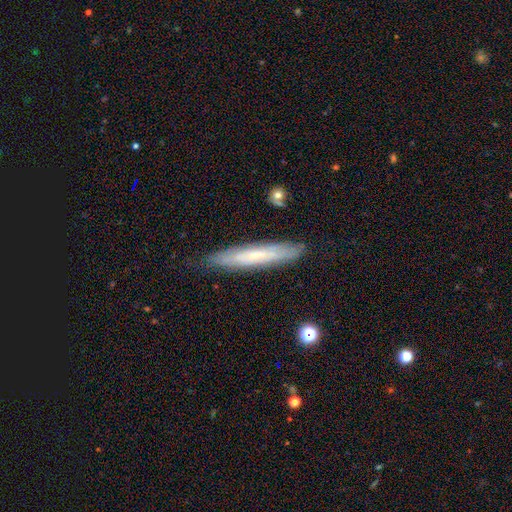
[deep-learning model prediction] This appears to be a smooth galaxy with no disk features (49%). Merging: none (82%).